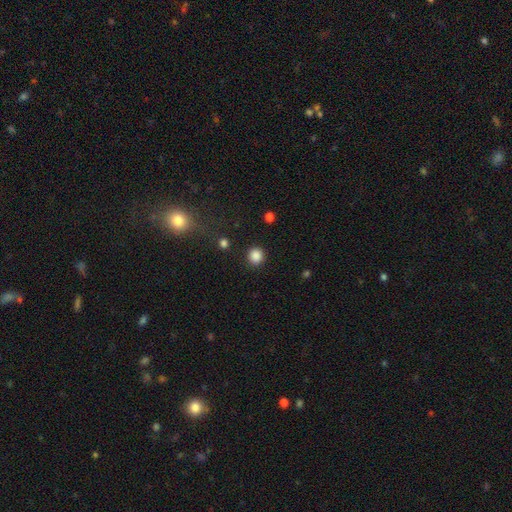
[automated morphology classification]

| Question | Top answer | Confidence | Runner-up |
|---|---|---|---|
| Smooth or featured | smooth | 86% | star or artifact (11%) |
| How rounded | round | 90% | in between (9%) |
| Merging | none | 90% | minor disturbance (6%) |